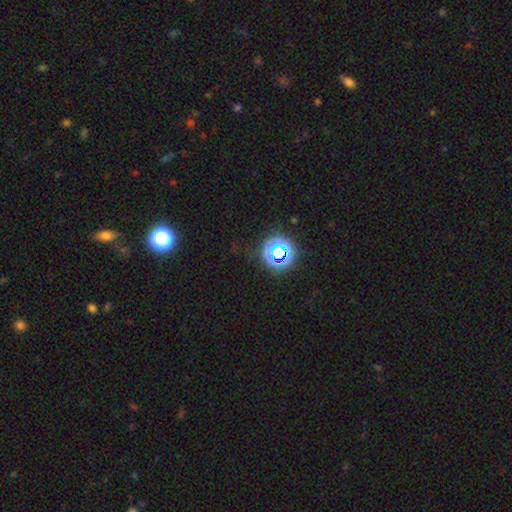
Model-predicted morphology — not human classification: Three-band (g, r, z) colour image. It shows a star or artifact, not a galaxy (58%).